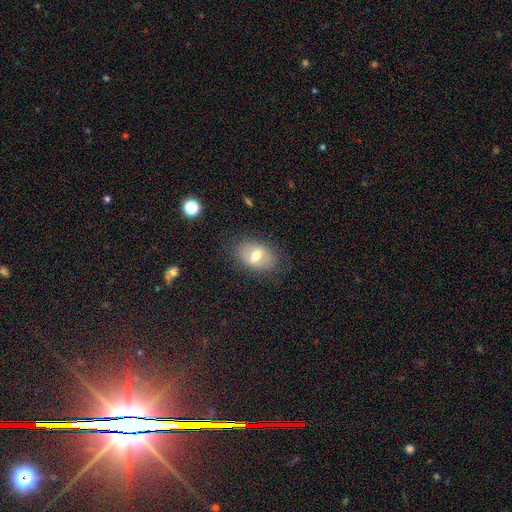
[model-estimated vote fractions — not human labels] smooth-or-featured: smooth: 60% | featured or disk: 30% | star or artifact: 9%
  how-rounded: in between: 80% | round: 19% | cigar-shaped: 1%
  merging: none: 78% | minor disturbance: 15% | major disturbance: 5% | merger: 1%